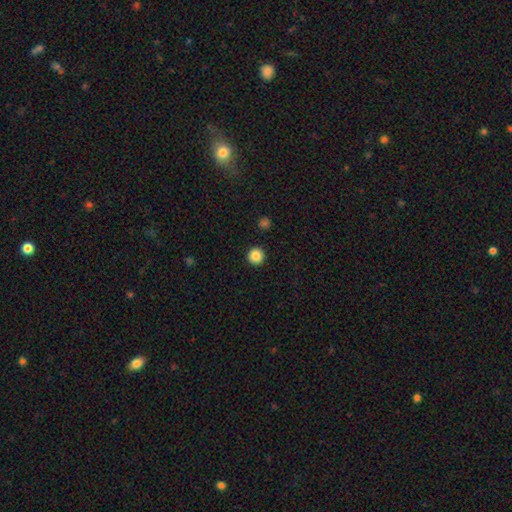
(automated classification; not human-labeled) Overall: smooth (87%). How rounded: round (96%). Merging: none (94%).